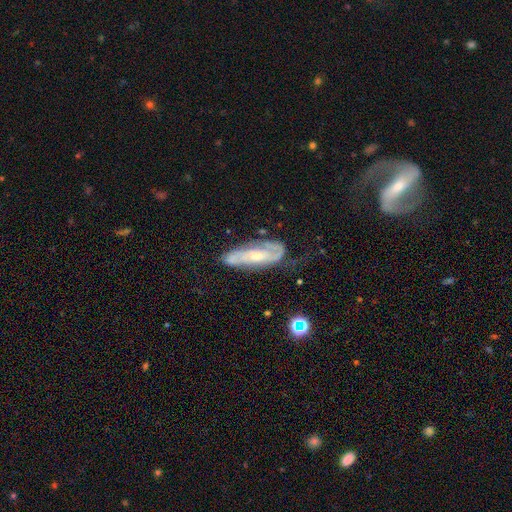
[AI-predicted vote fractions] smooth_or_featured: featured or disk (p=0.77) [alt: smooth p=0.16]
disk_edge_on: no (p=0.85) [alt: yes p=0.15]
bar: no (p=0.49) [alt: weak p=0.34]
has_spiral_arms: yes (p=0.91) [alt: no p=0.09]
spiral_winding: tight (p=0.42) [alt: medium p=0.40]
spiral_arm_count: 2 (p=0.62) [alt: can't tell p=0.22]
bulge_size: small (p=0.50) [alt: moderate p=0.44]
merging: none (p=0.58) [alt: minor disturbance p=0.25]